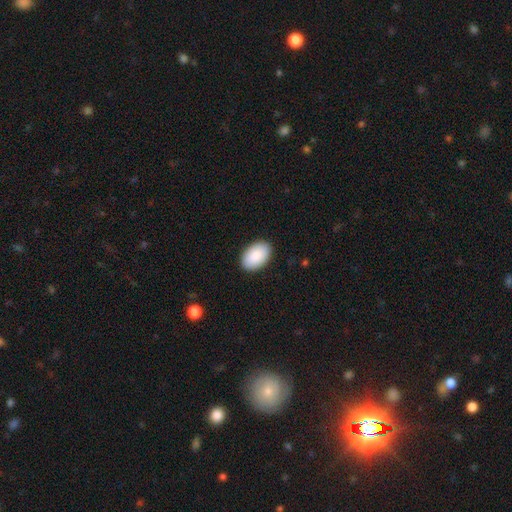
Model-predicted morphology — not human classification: Overall: smooth (90%). How rounded: in between (94%). Merging: none (90%).